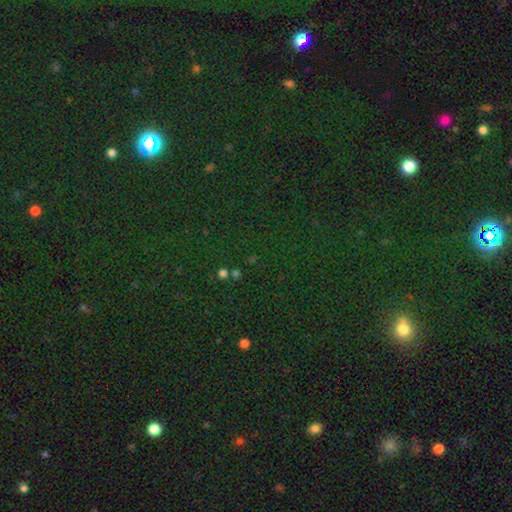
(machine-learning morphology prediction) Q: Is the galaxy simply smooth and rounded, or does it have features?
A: star or artifact — 74%.